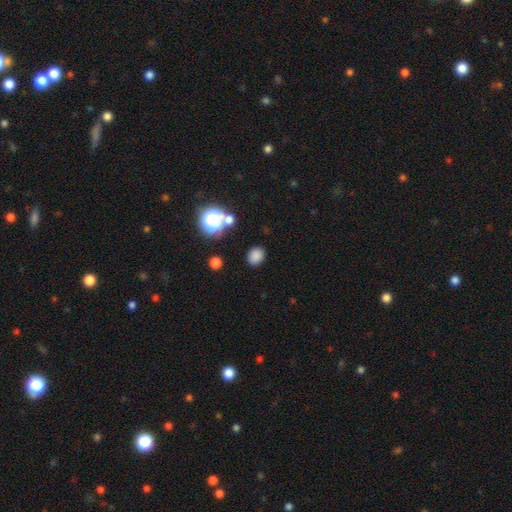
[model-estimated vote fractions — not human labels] smooth_or_featured: smooth (p=0.80) [alt: star or artifact p=0.15]
how_rounded: round (p=0.60) [alt: in between p=0.39]
merging: none (p=0.85) [alt: minor disturbance p=0.09]